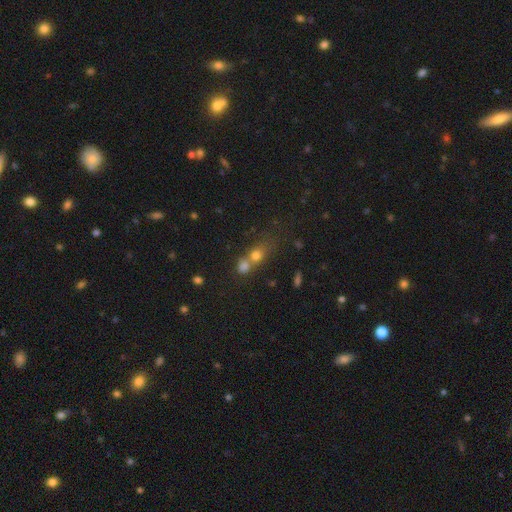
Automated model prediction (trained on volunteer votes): This appears to be a smooth galaxy with no disk features (69%) that is round (61%). Merging: merger (58%).